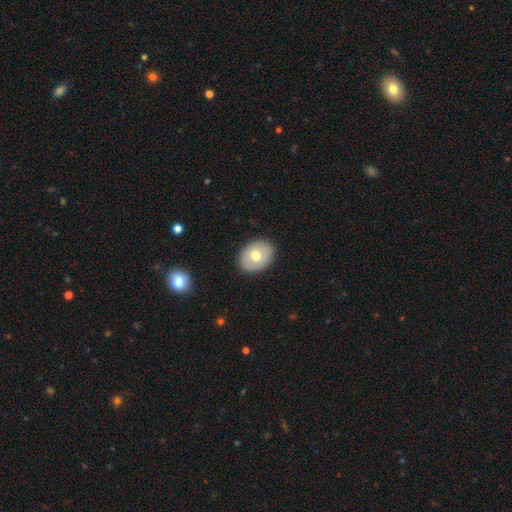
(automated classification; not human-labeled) A smooth galaxy with no disk features (65%) that is in between round and cigar-shaped (61%).

Vote fractions:
- Smooth or featured? smooth: 65% / featured or disk: 28% / star or artifact: 7%
- How rounded? in between: 61% / round: 38% / cigar-shaped: 1%
- Merging? none: 88% / minor disturbance: 9% / major disturbance: 2% / merger: 1%